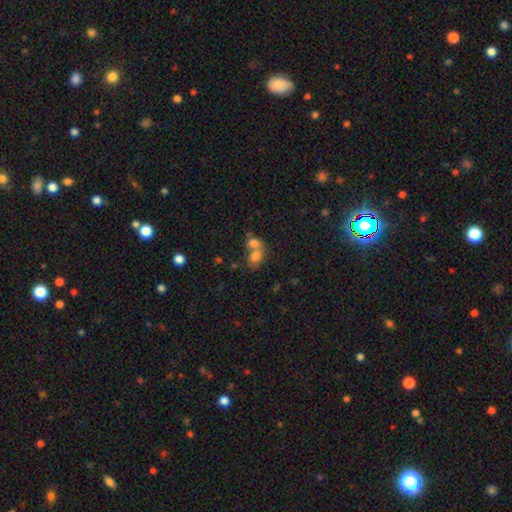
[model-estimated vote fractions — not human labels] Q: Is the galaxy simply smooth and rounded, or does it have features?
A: smooth — 73%.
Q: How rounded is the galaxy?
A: in between — 70%.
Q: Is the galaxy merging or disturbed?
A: merger — 70%.